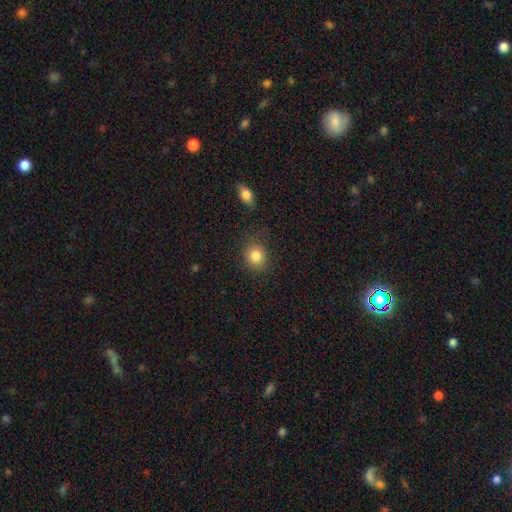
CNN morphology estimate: This appears to be a smooth galaxy with no disk features (85%) that is round (77%). Merging: none (81%).